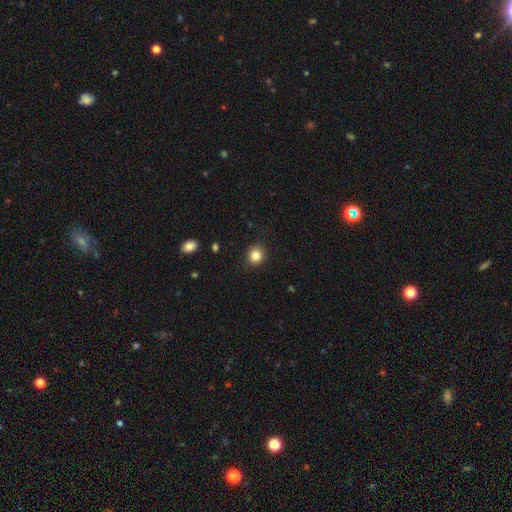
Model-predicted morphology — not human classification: A smooth galaxy with no disk features (83%) that is round (83%).

Vote fractions:
- Smooth or featured? smooth: 83% / star or artifact: 11% / featured or disk: 6%
- How rounded? round: 83% / in between: 16% / cigar-shaped: 1%
- Merging? none: 88% / minor disturbance: 9% / major disturbance: 2% / merger: 1%